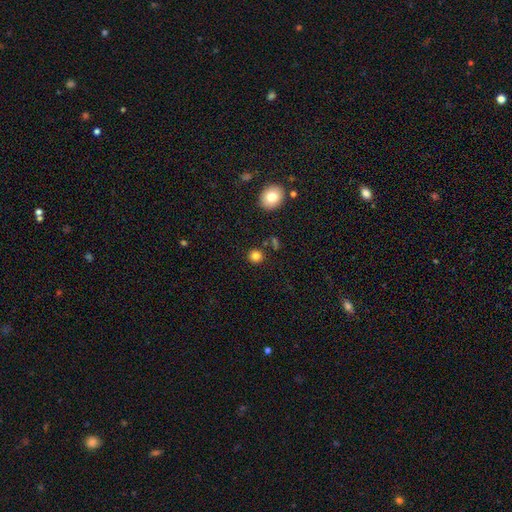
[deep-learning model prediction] Smooth or featured? smooth (82%)
How rounded? round (89%)
Merging? none (87%)